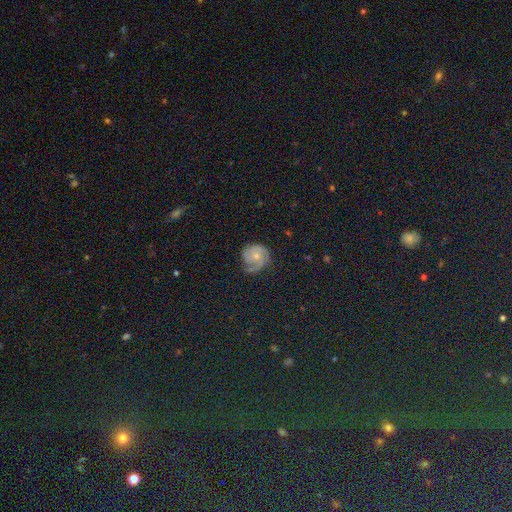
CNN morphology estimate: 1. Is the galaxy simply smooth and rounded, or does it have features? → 63% featured or disk, 26% smooth, 11% star or artifact.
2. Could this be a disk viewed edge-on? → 98% no, 2% yes.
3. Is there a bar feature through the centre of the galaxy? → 82% no, 15% weak, 3% strong.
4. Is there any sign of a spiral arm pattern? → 91% yes, 9% no.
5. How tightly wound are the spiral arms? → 50% tight, 36% medium, 15% loose.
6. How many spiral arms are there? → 33% 2, 24% 1, 19% can't tell, 16% 3, 4% 4, 4% more than 4.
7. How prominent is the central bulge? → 60% small, 36% moderate, 2% none, 1% large, 1% dominant.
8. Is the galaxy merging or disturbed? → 58% none, 27% minor disturbance, 14% major disturbance, 2% merger.